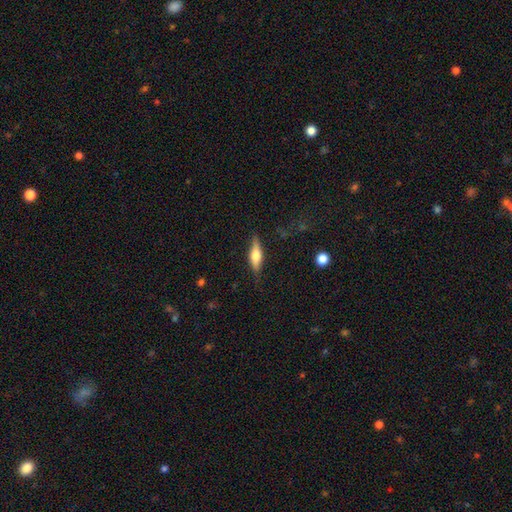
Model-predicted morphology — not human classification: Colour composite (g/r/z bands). It shows a featured or disk galaxy (52%) viewed edge-on (93%). Merging: none (82%).